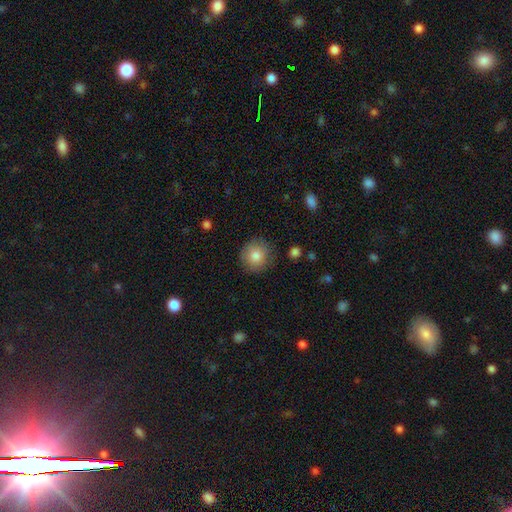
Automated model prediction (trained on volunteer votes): Smooth or featured? Predicted: smooth (p=0.83). How rounded? Predicted: round (p=0.92). Merging? Predicted: none (p=0.86).